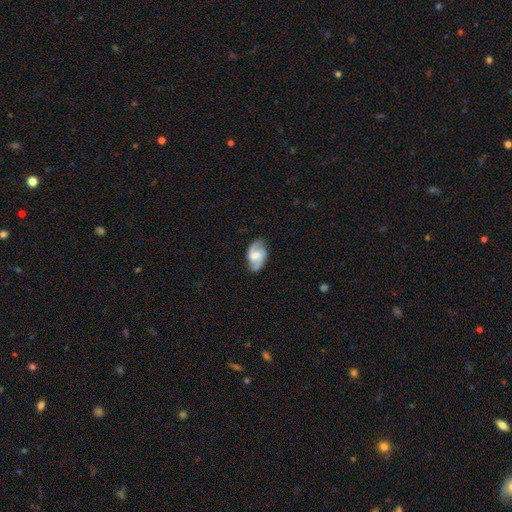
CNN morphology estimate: This appears to be a featured or disk galaxy (72%) with a weak bar (51%), 2 (89%) medium (48%) spiral arms (92%) and a moderate central bulge (36%). Merging: none (77%).